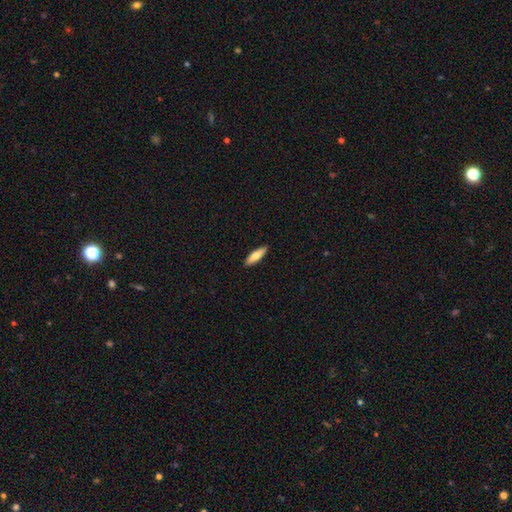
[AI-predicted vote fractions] Q: Smooth or featured?
A: smooth (76%); runner-up: featured or disk (18%)
Q: How rounded?
A: cigar-shaped (65%); runner-up: in between (33%)
Q: Merging?
A: none (91%); runner-up: minor disturbance (7%)